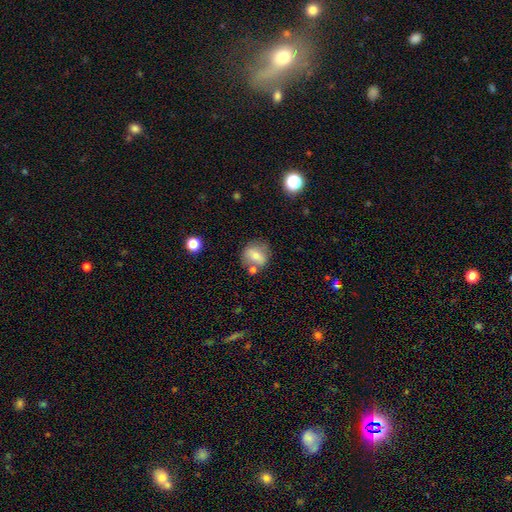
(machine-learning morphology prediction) smooth 67%, featured or disk 24%, star or artifact 10%. Down the decision tree: how rounded — round (65%); merging — none (61%).